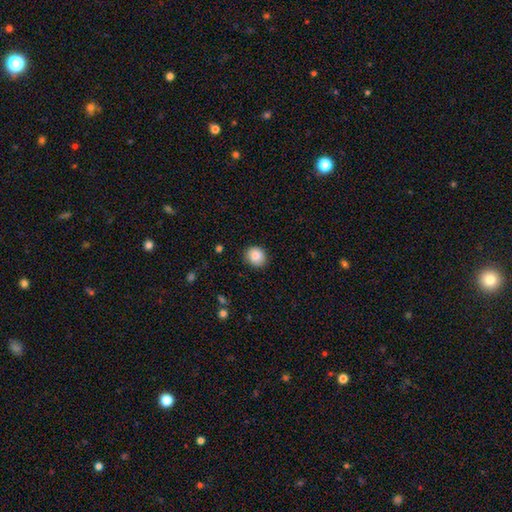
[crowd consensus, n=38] Smooth or featured? 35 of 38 (92%) said smooth. How rounded? 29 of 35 (83%) said round. Merging? 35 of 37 (95%) said none.